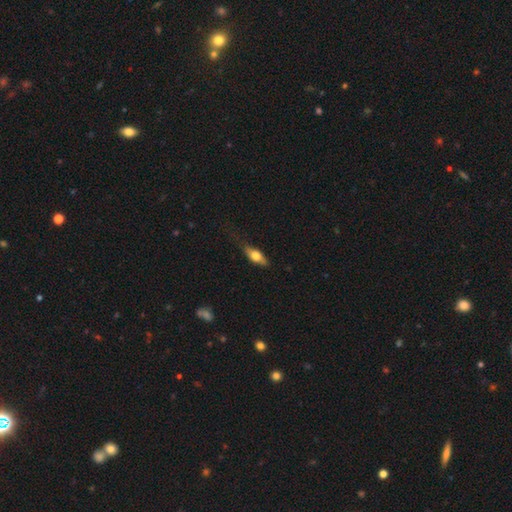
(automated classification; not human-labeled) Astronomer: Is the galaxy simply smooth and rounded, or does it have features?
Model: smooth — 59% (runner-up: featured or disk, 34%).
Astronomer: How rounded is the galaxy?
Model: in between — 63%.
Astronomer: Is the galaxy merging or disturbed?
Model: none — 66%.